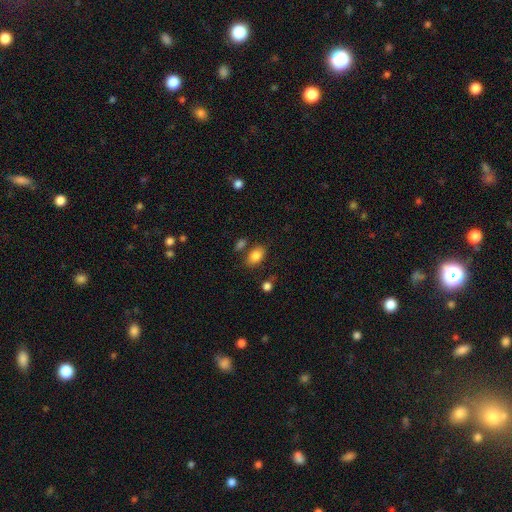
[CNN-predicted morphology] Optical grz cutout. It shows a smooth galaxy with no disk features (84%) that is in between round and cigar-shaped (88%). Merging: none (74%).